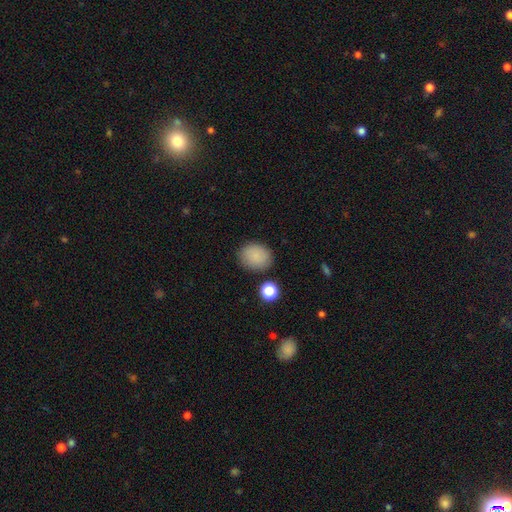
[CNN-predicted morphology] A smooth galaxy with no disk features (87%) that is round (52%). Merging: none (83%).